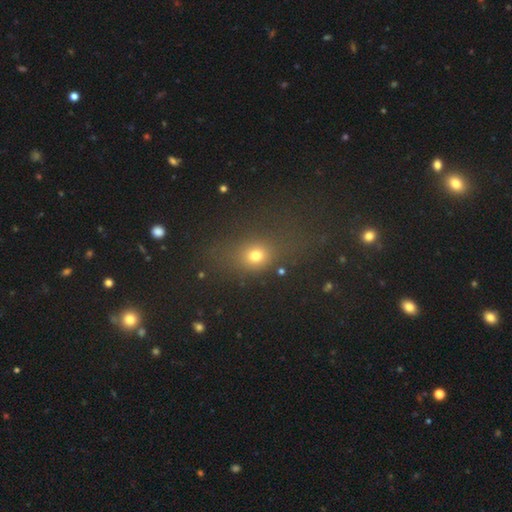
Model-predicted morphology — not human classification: Q: Smooth or featured?
A: smooth (68%); runner-up: star or artifact (21%)
Q: How rounded?
A: round (52%); runner-up: in between (43%)
Q: Merging?
A: none (63%); runner-up: major disturbance (15%)